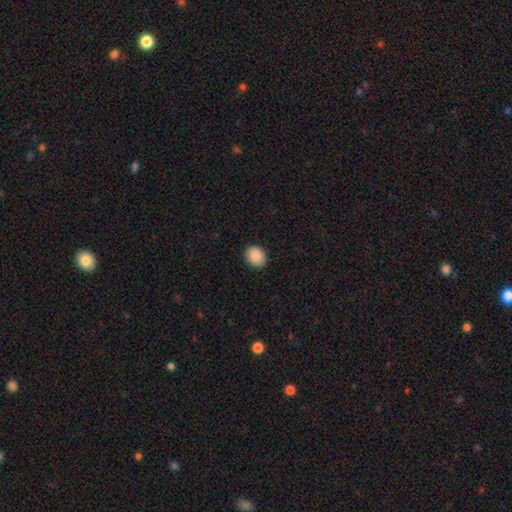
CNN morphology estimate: Smooth or featured: smooth — 90% (star or artifact — 8%)
How rounded: round — 58% (in between — 41%)
Merging: none — 89% (minor disturbance — 8%)